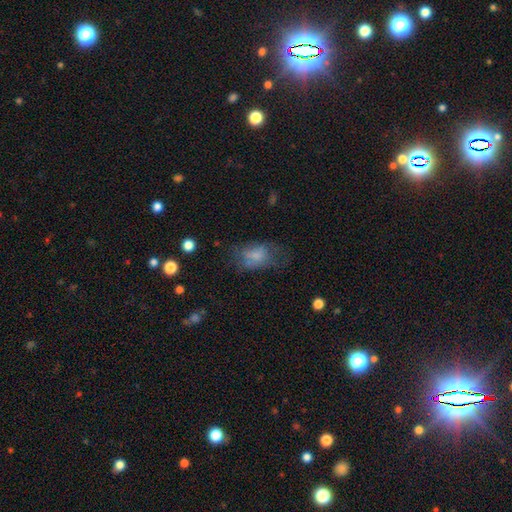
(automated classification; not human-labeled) Smooth or featured?
  - smooth: 67% *
  - featured or disk: 22%
  - star or artifact: 11%
How rounded?
  - in between: 84% *
  - round: 15%
  - cigar-shaped: 2%
Merging?
  - none: 42% *
  - major disturbance: 27%
  - minor disturbance: 27%
  - merger: 3%